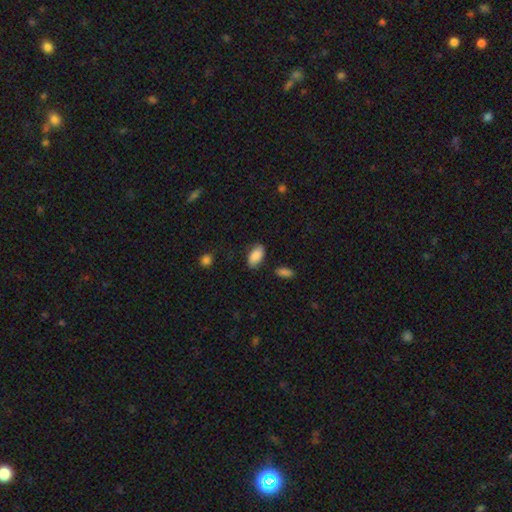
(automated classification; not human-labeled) Smooth or featured? Predicted: smooth (p=0.84). How rounded? Predicted: in between (p=0.93). Merging? Predicted: none (p=0.74).